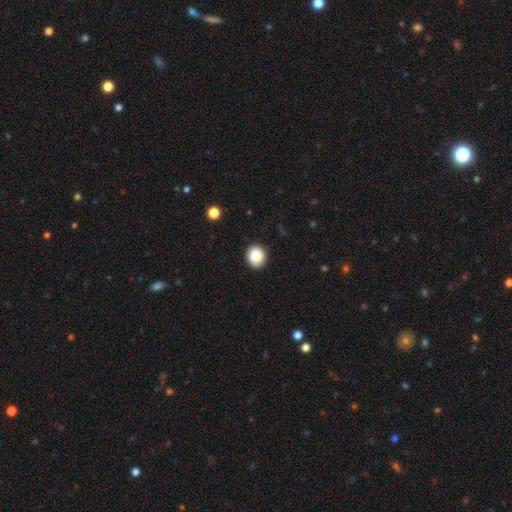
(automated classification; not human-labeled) This is clearly a smooth galaxy (87%). How rounded: likely round (73%). Merging: clearly none (89%).